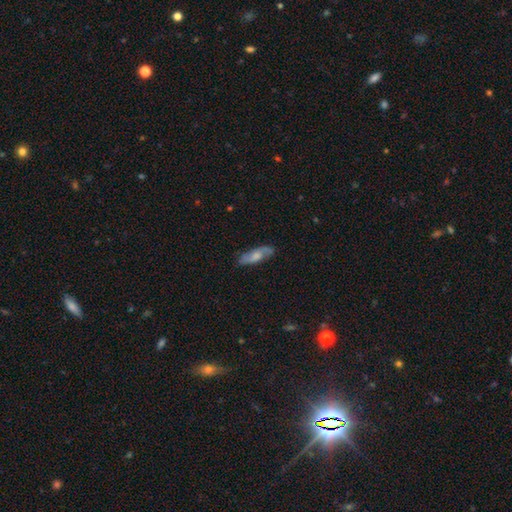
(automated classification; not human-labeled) The model was most divided on "how rounded": in between: 54%, cigar-shaped: 44%, round: 2%. More confident: merging — none (78%); smooth or featured — smooth (55%).